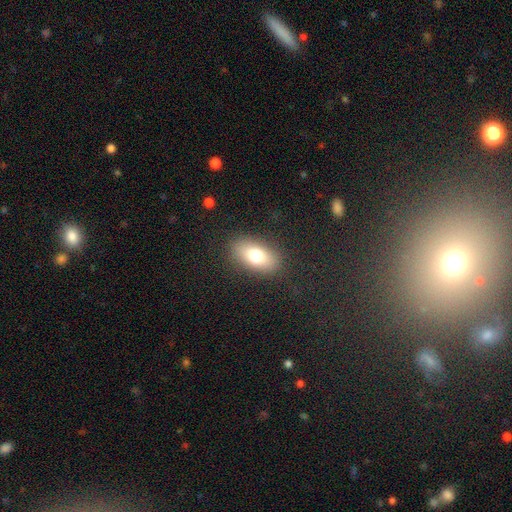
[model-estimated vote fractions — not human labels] The model was most divided on "smooth or featured": smooth: 74%, featured or disk: 16%, star or artifact: 9%. More confident: how rounded — in between (88%); merging — none (86%).